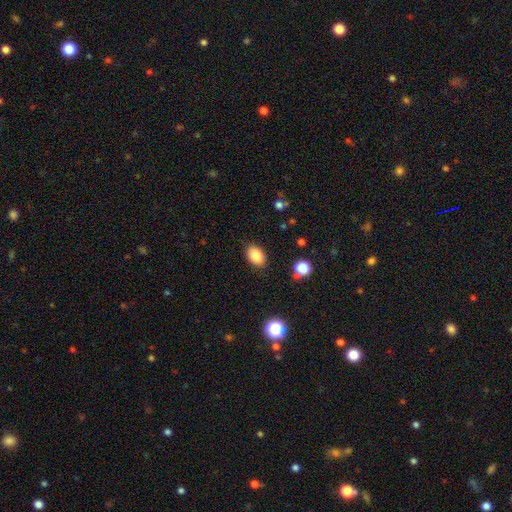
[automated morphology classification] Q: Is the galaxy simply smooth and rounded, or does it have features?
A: smooth — 85%.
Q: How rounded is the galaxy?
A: in between — 85%.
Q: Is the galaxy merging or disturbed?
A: none — 85%.